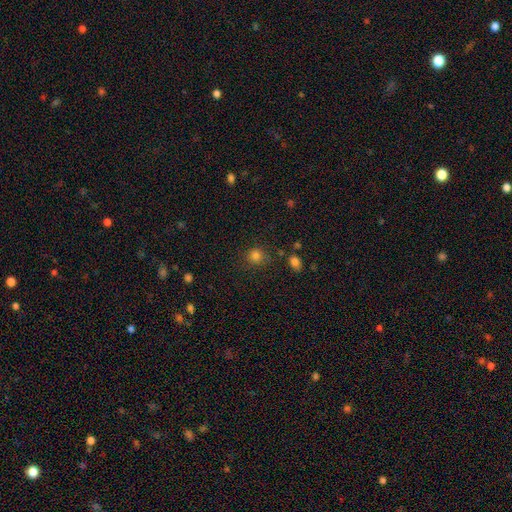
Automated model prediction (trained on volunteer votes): Morphology: type=smooth (81%); roundness=round (88%); merging=none (81%).